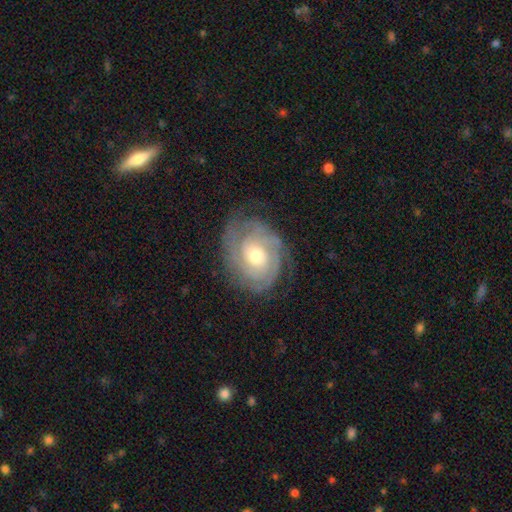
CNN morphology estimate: Smooth or featured: featured or disk — 86% (smooth — 9%)
Edge-on disk: no — 97% (yes — 3%)
Bar: no — 73% (weak — 22%)
Spiral arms: yes — 96% (no — 4%)
Spiral winding: tight — 73% (medium — 23%)
Spiral arm count: 2 — 29% (3 — 26%)
Bulge size: moderate — 67% (small — 23%)
Merging: none — 75% (minor disturbance — 17%)